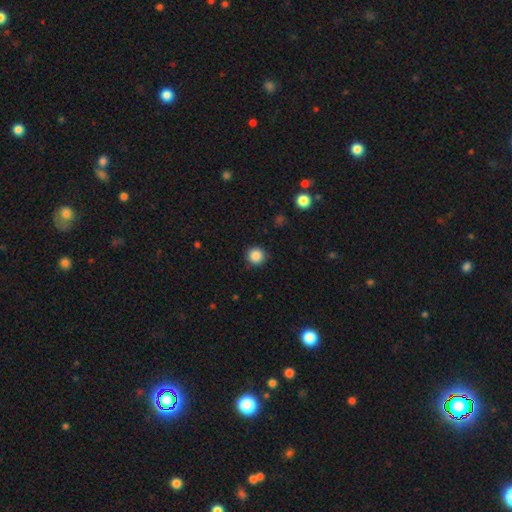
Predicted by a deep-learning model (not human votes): A smooth galaxy with no disk features (86%) that is round (94%).

Vote fractions:
- Smooth or featured? smooth: 86% / star or artifact: 10% / featured or disk: 3%
- How rounded? round: 94% / in between: 5% / cigar-shaped: 1%
- Merging? none: 90% / minor disturbance: 7% / major disturbance: 2% / merger: 1%